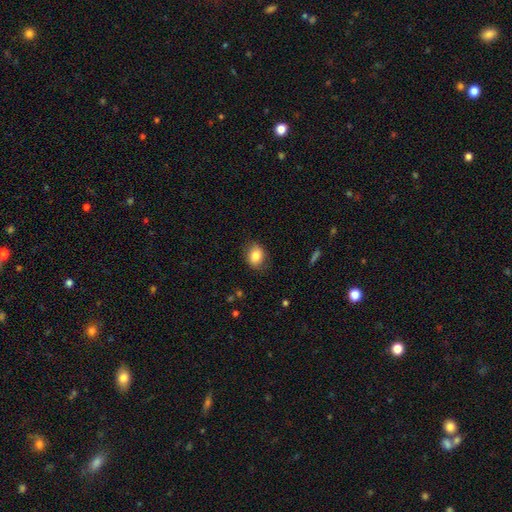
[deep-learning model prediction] The model was most divided on "how rounded": in between: 56%, round: 43%, cigar-shaped: 1%. More confident: smooth or featured — smooth (83%); merging — none (80%).